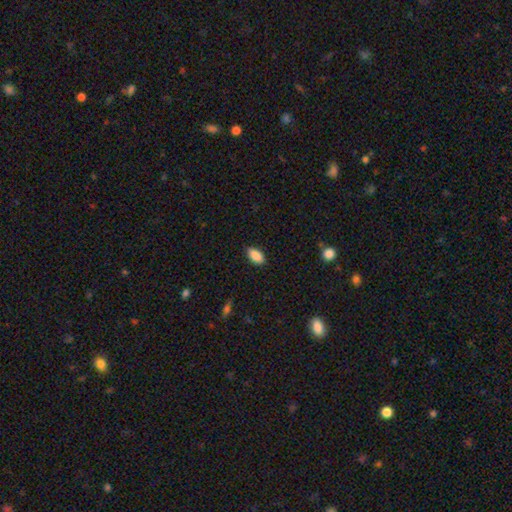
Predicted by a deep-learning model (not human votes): A smooth galaxy with no disk features (88%) that is in between round and cigar-shaped (92%).

Vote fractions:
- Smooth or featured? smooth: 88% / star or artifact: 8% / featured or disk: 5%
- How rounded? in between: 92% / cigar-shaped: 5% / round: 3%
- Merging? none: 85% / minor disturbance: 11% / major disturbance: 2% / merger: 1%